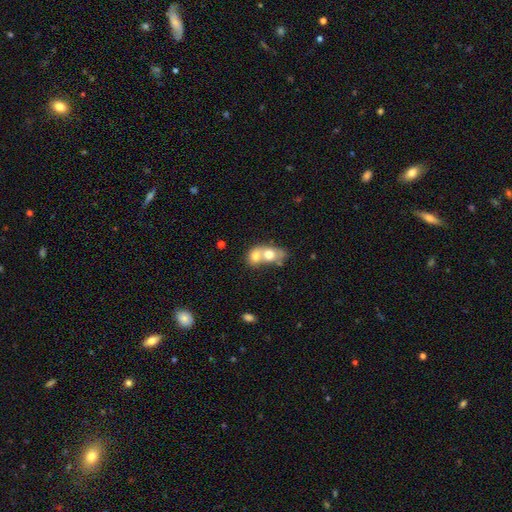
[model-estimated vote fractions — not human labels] smooth_or_featured: smooth (p=0.68) [alt: featured or disk p=0.25]
how_rounded: in between (p=0.56) [alt: round p=0.42]
merging: merger (p=0.77) [alt: none p=0.15]